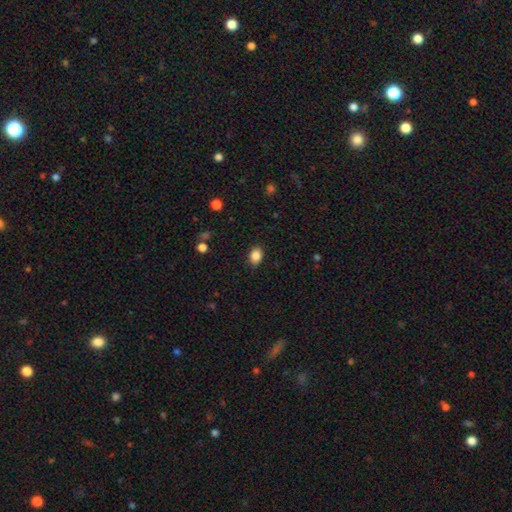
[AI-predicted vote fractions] smooth_or_featured: smooth (p=0.87) [alt: star or artifact p=0.09]
how_rounded: in between (p=0.72) [alt: round p=0.27]
merging: none (p=0.87) [alt: minor disturbance p=0.09]